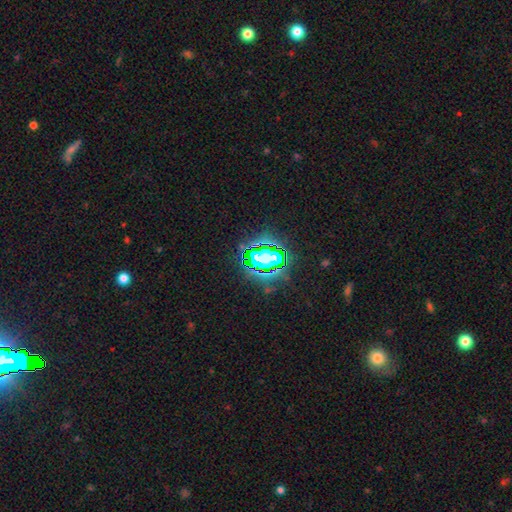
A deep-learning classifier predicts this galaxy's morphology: The model was most divided on "smooth or featured": star or artifact: 81%, smooth: 12%, featured or disk: 7%.